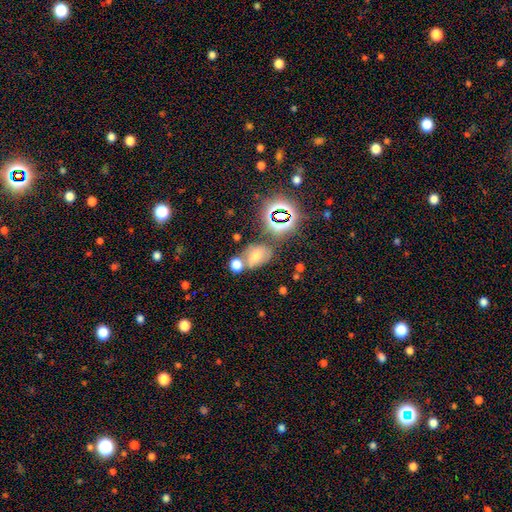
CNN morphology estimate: type=smooth (40%); merging=none (61%).